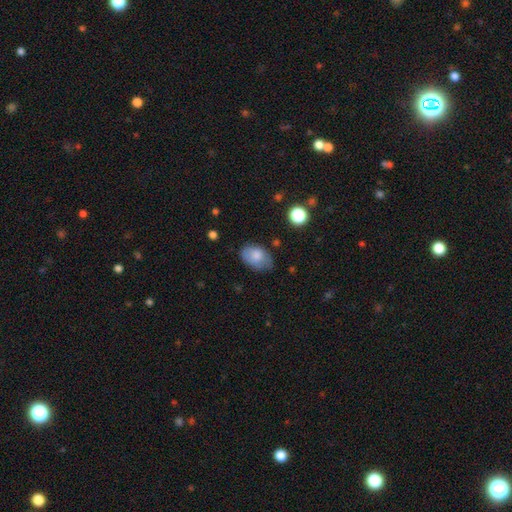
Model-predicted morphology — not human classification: smooth 78%, featured or disk 15%, star or artifact 8%. Down the decision tree: how rounded — in between (86%); merging — none (64%).